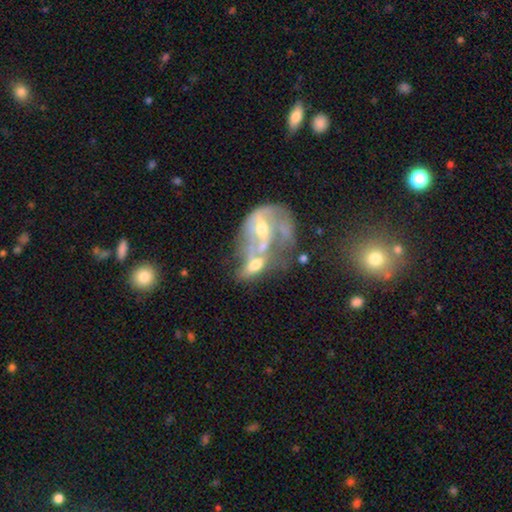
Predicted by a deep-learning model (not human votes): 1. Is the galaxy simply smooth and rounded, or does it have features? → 67% featured or disk, 21% smooth, 11% star or artifact.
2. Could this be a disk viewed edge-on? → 95% no, 5% yes.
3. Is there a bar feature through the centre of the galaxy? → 49% no, 32% weak, 19% strong.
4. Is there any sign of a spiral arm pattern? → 54% yes, 46% no.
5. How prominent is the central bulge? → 54% moderate, 34% small, 6% none, 5% large, 1% dominant.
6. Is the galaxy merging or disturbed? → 65% merger, 14% major disturbance, 13% none, 8% minor disturbance.